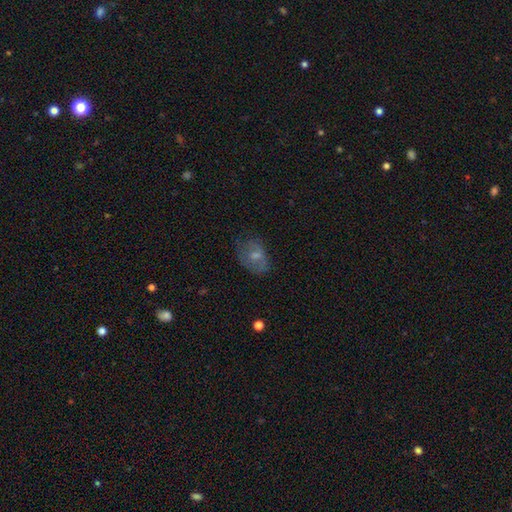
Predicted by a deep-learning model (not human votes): Morphology: type=smooth (55%); roundness=in between (75%); merging=none (51%).